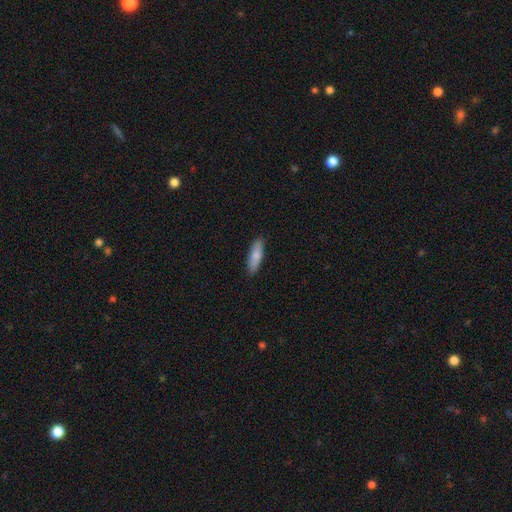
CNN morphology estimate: A smooth galaxy with no disk features (81%) that is cigar-shaped (55%). Merging: none (89%).